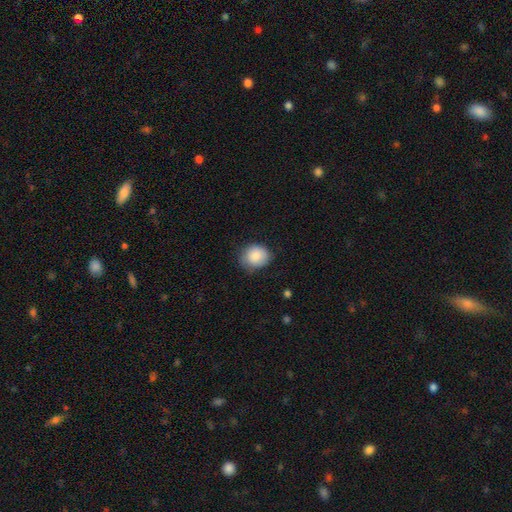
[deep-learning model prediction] A smooth galaxy with no disk features (87%) that is round (70%). Merging: none (71%).